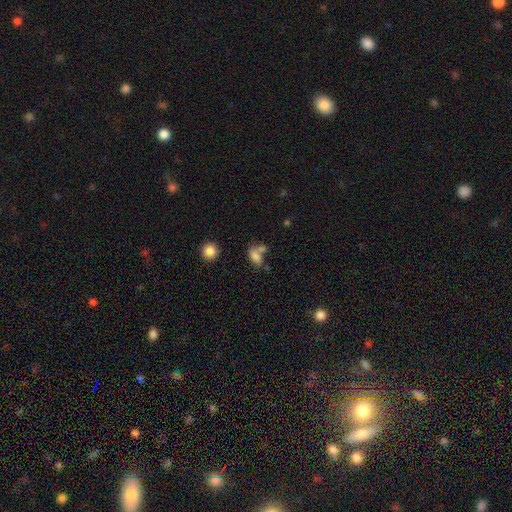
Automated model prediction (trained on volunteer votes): Smooth or featured? smooth (77%)
How rounded? in between (83%)
Merging? merger (41%)